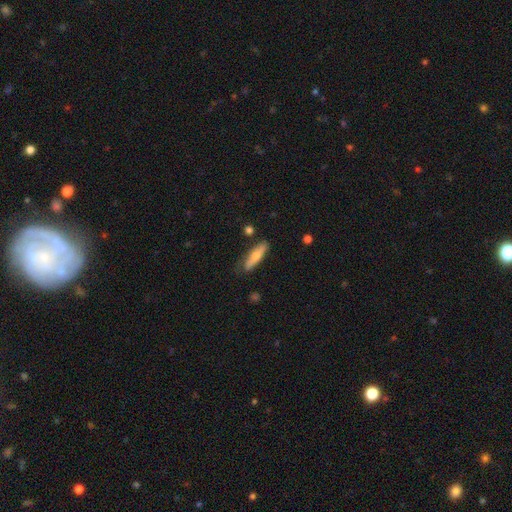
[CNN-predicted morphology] smooth-or-featured: smooth: 60% | featured or disk: 34% | star or artifact: 6%
  how-rounded: cigar-shaped: 70% | in between: 28% | round: 2%
  merging: none: 77% | minor disturbance: 17% | major disturbance: 3% | merger: 3%